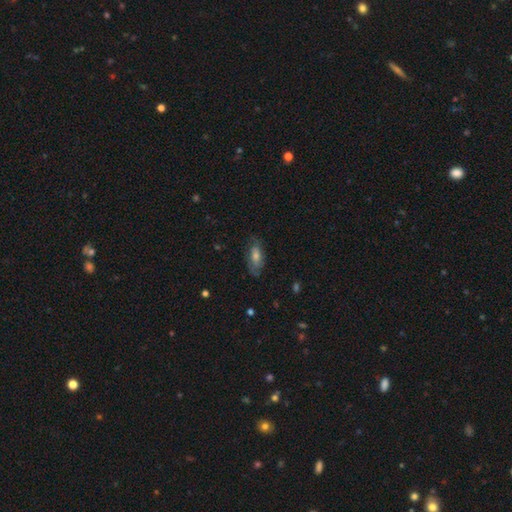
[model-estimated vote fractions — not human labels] A featured or disk galaxy (46%).

Vote fractions:
- Smooth or featured? featured or disk: 46% / smooth: 42% / star or artifact: 12%
- Merging? none: 74% / minor disturbance: 18% / major disturbance: 6% / merger: 1%